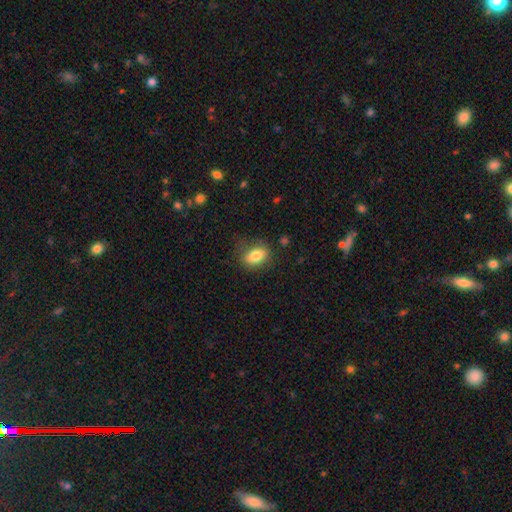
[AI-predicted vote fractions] smooth_or_featured: smooth (p=0.80) [alt: featured or disk p=0.12]
how_rounded: in between (p=0.80) [alt: round p=0.17]
merging: none (p=0.74) [alt: minor disturbance p=0.19]